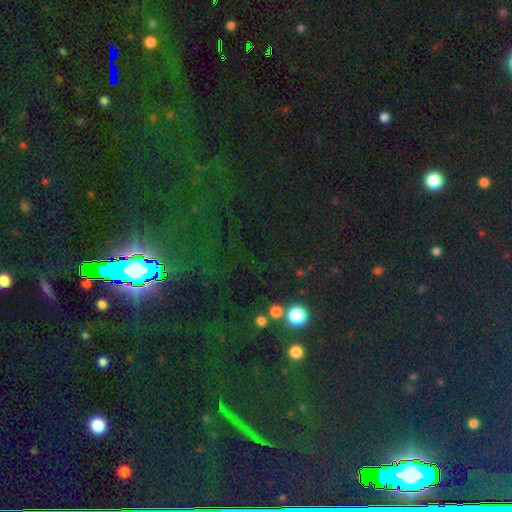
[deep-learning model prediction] star or artifact 72%, smooth 20%, featured or disk 8%.